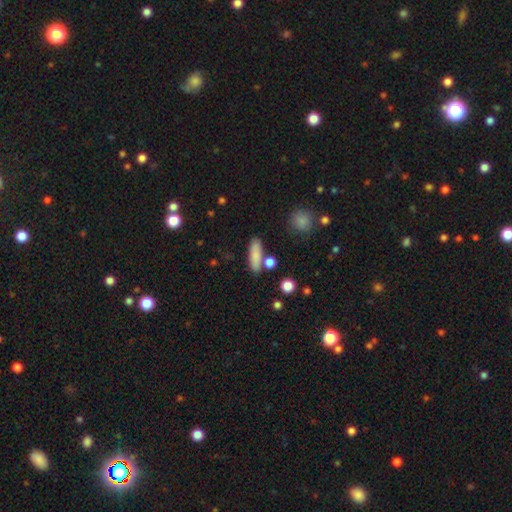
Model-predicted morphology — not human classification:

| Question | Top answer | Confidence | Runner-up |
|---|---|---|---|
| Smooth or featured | smooth | 82% | featured or disk (10%) |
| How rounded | cigar-shaped | 51% | in between (44%) |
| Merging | none | 74% | minor disturbance (12%) |